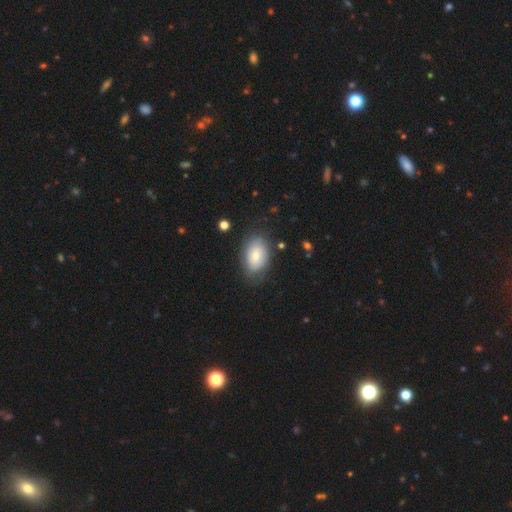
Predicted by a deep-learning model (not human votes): This appears to be a smooth galaxy with no disk features (65%) that is in between round and cigar-shaped (89%). Merging: none (73%).